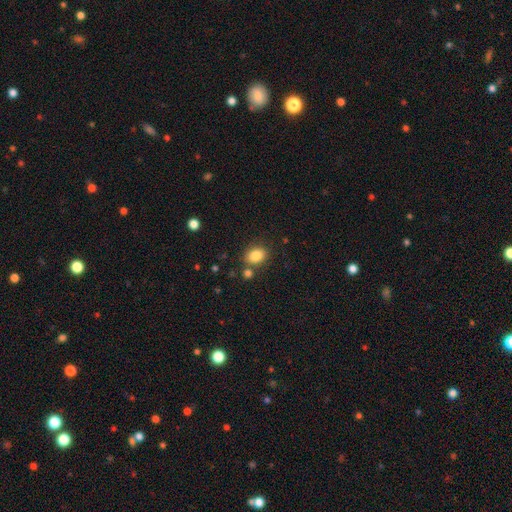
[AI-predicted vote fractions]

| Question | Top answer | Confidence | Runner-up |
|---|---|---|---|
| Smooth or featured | smooth | 85% | star or artifact (9%) |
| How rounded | in between | 69% | round (30%) |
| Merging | none | 72% | minor disturbance (12%) |